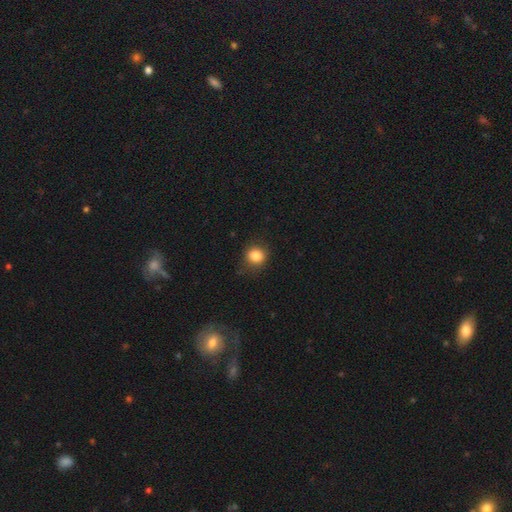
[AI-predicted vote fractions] Smooth or featured?
  - smooth: 84% *
  - star or artifact: 11%
  - featured or disk: 5%
How rounded?
  - round: 83% *
  - in between: 16%
  - cigar-shaped: 1%
Merging?
  - none: 81% *
  - minor disturbance: 14%
  - major disturbance: 4%
  - merger: 1%